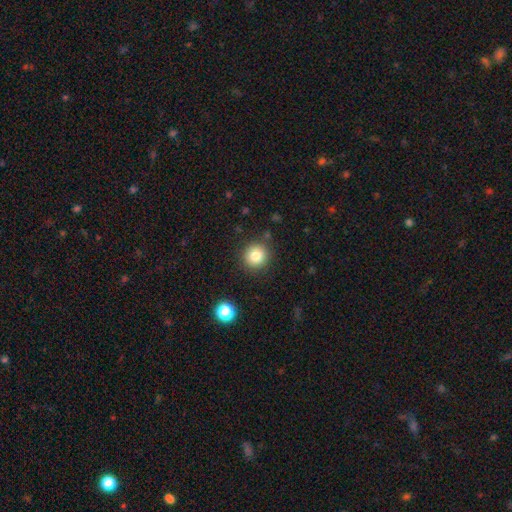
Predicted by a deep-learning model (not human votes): Smooth or featured: smooth — 82% (star or artifact — 11%)
How rounded: round — 92% (in between — 7%)
Merging: none — 88% (minor disturbance — 7%)